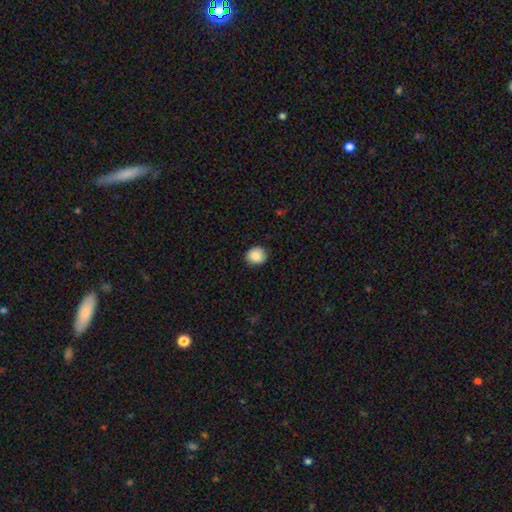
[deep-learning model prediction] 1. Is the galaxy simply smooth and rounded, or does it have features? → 88% smooth, 8% star or artifact, 4% featured or disk.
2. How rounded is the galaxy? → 77% round, 22% in between, 1% cigar-shaped.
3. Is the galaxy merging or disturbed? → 86% none, 11% minor disturbance, 2% major disturbance, 1% merger.